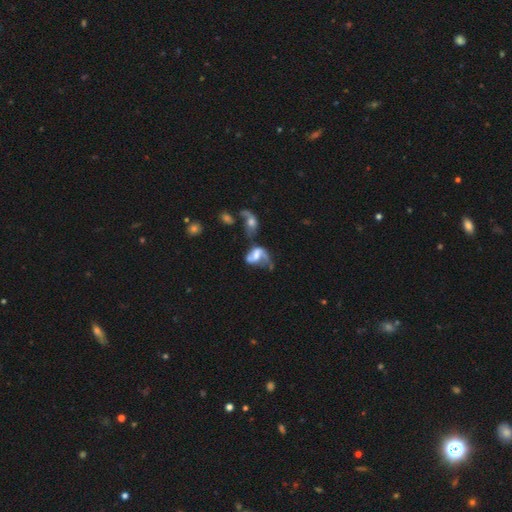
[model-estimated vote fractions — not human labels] A featured or disk galaxy (69%) with a weak bar (41%), 2 (69%) loose (66%) spiral arms (79%) and a moderate central bulge (37%). Merging: merger (40%).